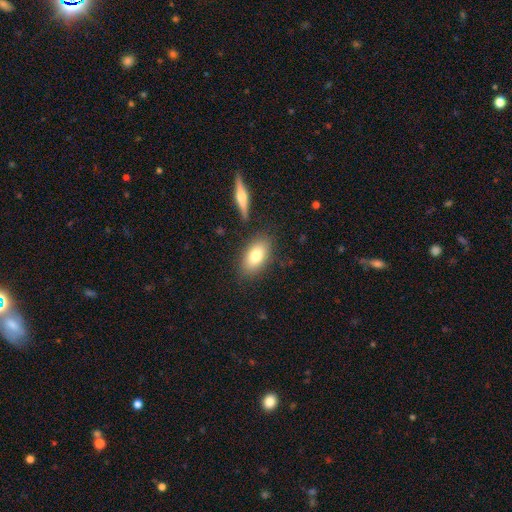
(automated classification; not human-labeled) This appears to be a smooth galaxy with no disk features (76%) that is in between round and cigar-shaped (89%). Merging: none (80%).